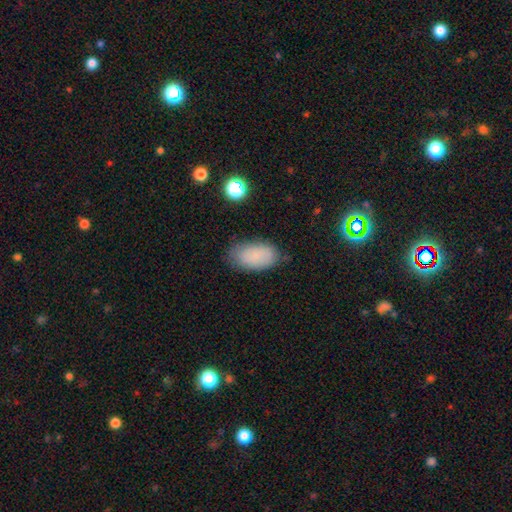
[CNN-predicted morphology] Q: Smooth or featured?
A: smooth (82%); runner-up: star or artifact (9%)
Q: How rounded?
A: in between (94%); runner-up: round (4%)
Q: Merging?
A: none (76%); runner-up: minor disturbance (18%)